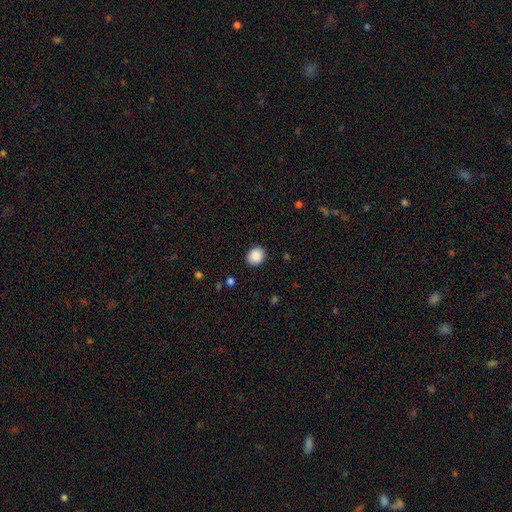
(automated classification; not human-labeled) Morphology: type=smooth (89%); roundness=round (69%); merging=none (90%).